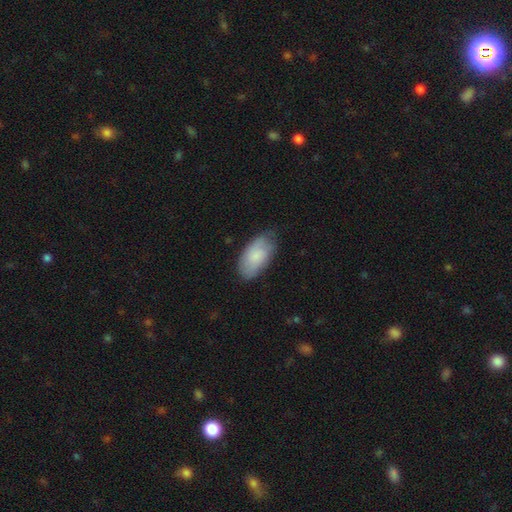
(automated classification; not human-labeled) Morphology: type=smooth (74%); roundness=in between (95%); merging=none (69%).